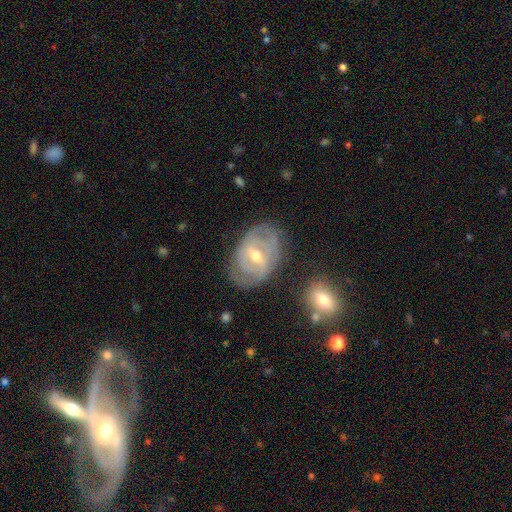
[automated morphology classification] smooth_or_featured: featured or disk (p=0.83) [alt: smooth p=0.12]
disk_edge_on: no (p=0.96) [alt: yes p=0.04]
bar: weak (p=0.53) [alt: strong p=0.27]
has_spiral_arms: yes (p=0.88) [alt: no p=0.12]
spiral_winding: tight (p=0.58) [alt: medium p=0.33]
spiral_arm_count: 2 (p=0.47) [alt: can't tell p=0.28]
bulge_size: moderate (p=0.64) [alt: small p=0.33]
merging: none (p=0.72) [alt: minor disturbance p=0.19]